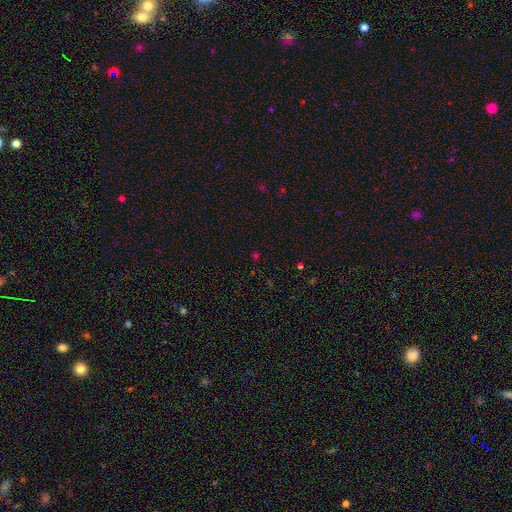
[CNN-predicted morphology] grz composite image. It shows a star or artifact, not a galaxy (57%).